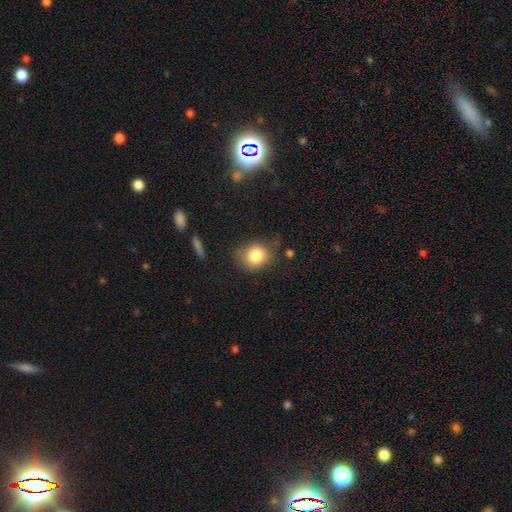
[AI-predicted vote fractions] Smooth or featured: smooth — 83% (star or artifact — 9%)
How rounded: round — 69% (in between — 30%)
Merging: none — 71% (minor disturbance — 20%)